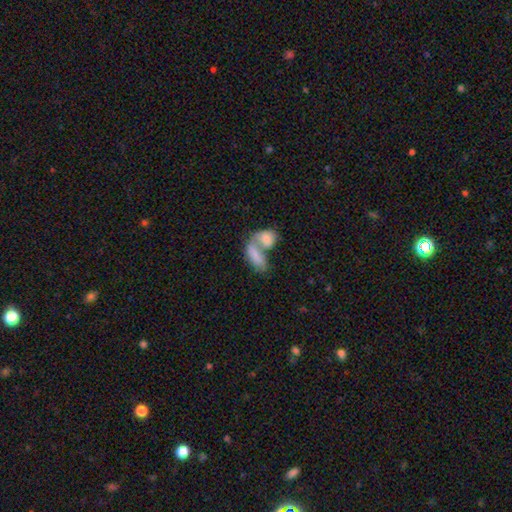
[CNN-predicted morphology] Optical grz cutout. It shows a smooth galaxy with no disk features (75%) that is in between round and cigar-shaped (86%). Merging: merger (75%).